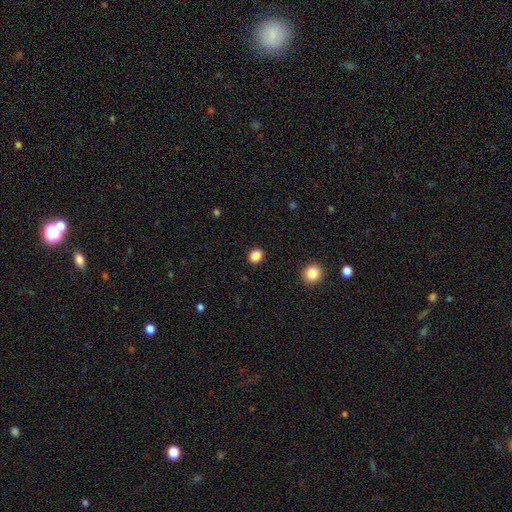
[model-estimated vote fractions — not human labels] A smooth galaxy with no disk features (86%) that is round (58%). Merging: none (91%).